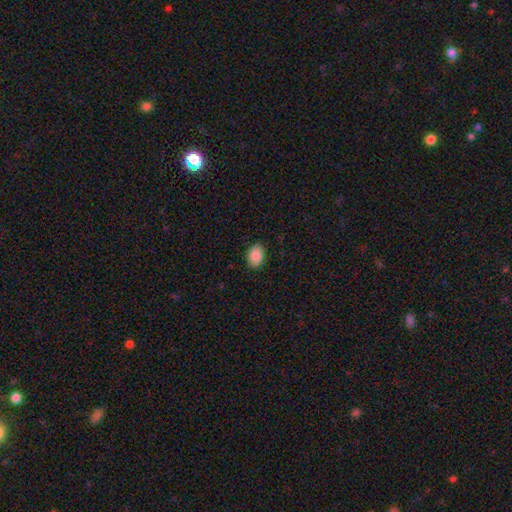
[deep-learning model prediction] smooth-or-featured: smooth: 88% | star or artifact: 8% | featured or disk: 4%
  how-rounded: in between: 79% | round: 20% | cigar-shaped: 1%
  merging: none: 89% | minor disturbance: 8% | major disturbance: 2% | merger: 1%